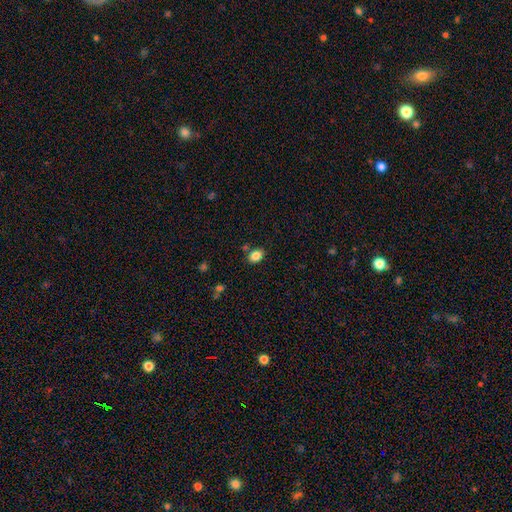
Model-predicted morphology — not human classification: Smooth or featured? Predicted: smooth (p=0.85). How rounded? Predicted: in between (p=0.74). Merging? Predicted: none (p=0.80).